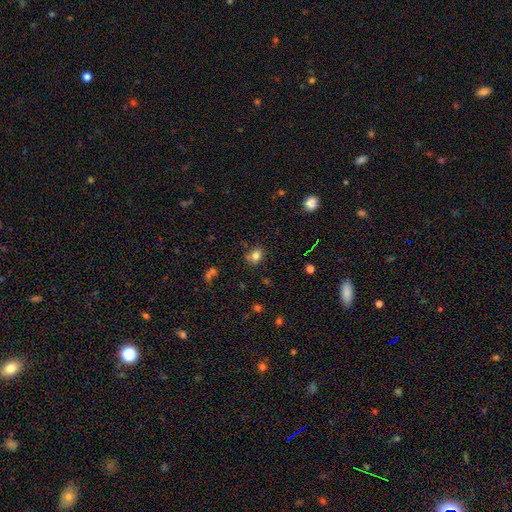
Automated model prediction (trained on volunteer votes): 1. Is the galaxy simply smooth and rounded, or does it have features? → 80% smooth, 13% star or artifact, 7% featured or disk.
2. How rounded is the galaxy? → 52% round, 47% in between, 1% cigar-shaped.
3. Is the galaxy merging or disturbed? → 74% none, 16% minor disturbance, 7% merger, 4% major disturbance.